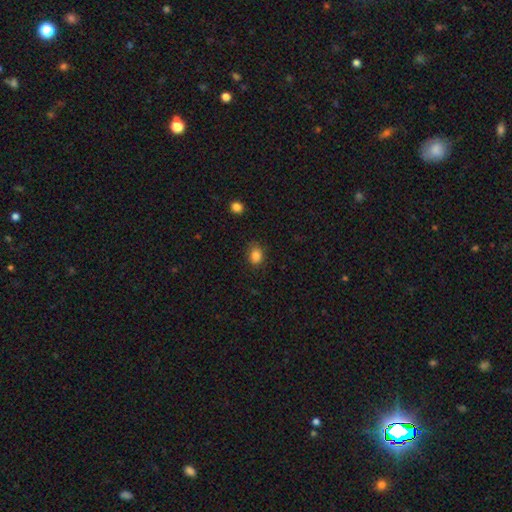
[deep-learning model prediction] Morphology: type=smooth (85%); roundness=in between (56%); merging=none (80%).